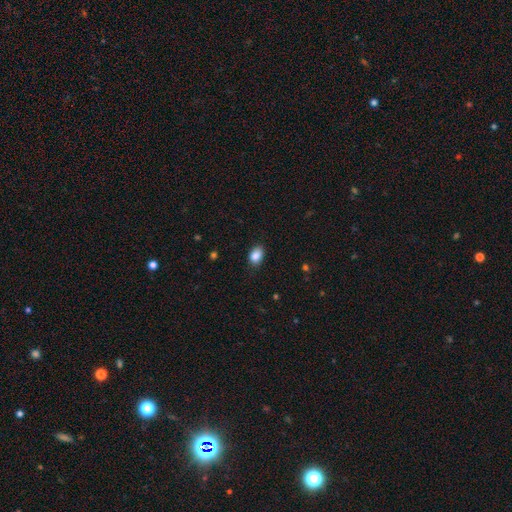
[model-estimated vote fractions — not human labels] This appears to be a smooth galaxy with no disk features (88%) that is in between round and cigar-shaped (80%). Merging: none (83%).